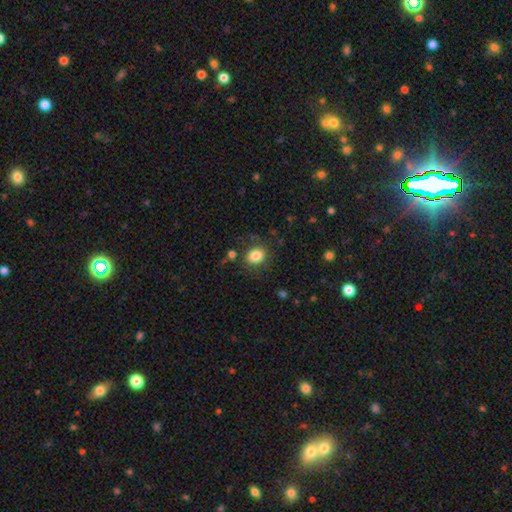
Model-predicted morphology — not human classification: A smooth galaxy with no disk features (83%) that is in between round and cigar-shaped (50%).

Vote fractions:
- Smooth or featured? smooth: 83% / star or artifact: 9% / featured or disk: 7%
- How rounded? in between: 50% / round: 49% / cigar-shaped: 1%
- Merging? none: 77% / minor disturbance: 13% / major disturbance: 6% / merger: 4%